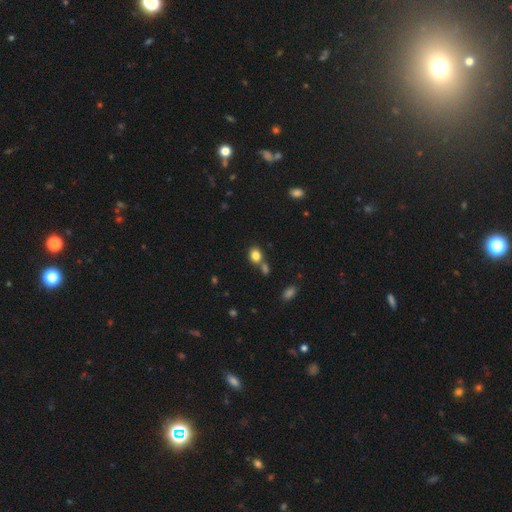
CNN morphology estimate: A smooth galaxy with no disk features (83%) that is round (55%).

Vote fractions:
- Smooth or featured? smooth: 83% / star or artifact: 11% / featured or disk: 6%
- How rounded? round: 55% / in between: 44% / cigar-shaped: 1%
- Merging? none: 59% / merger: 25% / minor disturbance: 12% / major disturbance: 4%